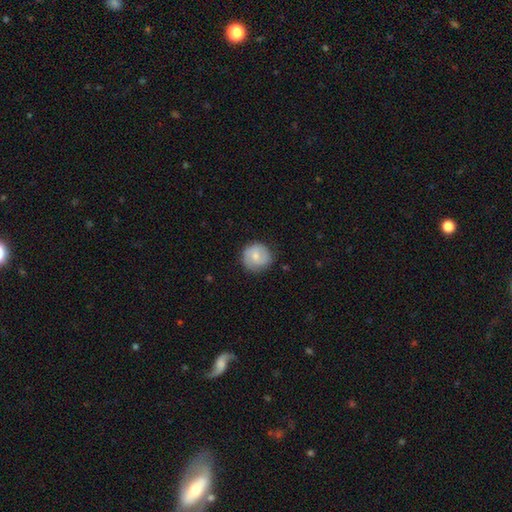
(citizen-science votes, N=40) Volunteers were most divided on "smooth or featured": smooth: 62%, featured or disk: 28%, star or artifact: 10%. More confident: how rounded — round (96%); merging — none (75%).